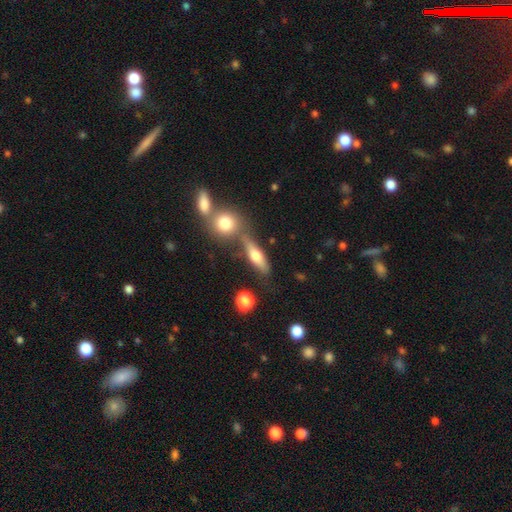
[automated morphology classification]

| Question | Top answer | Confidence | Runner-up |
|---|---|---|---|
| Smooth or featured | smooth | 59% | featured or disk (32%) |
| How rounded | in between | 46% | tied: cigar-shaped (46%) |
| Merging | none | 57% | merger (24%) |